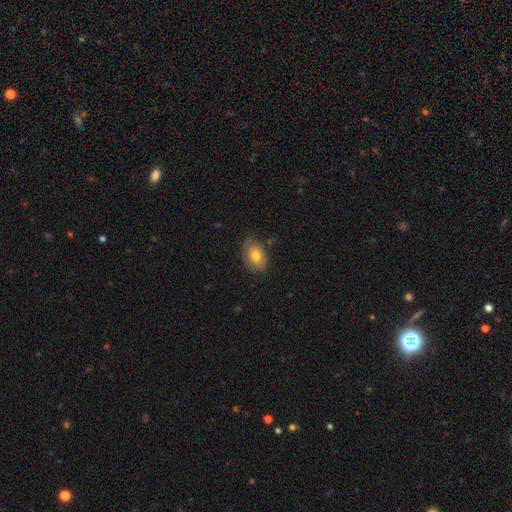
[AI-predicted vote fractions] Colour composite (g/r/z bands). It shows a smooth galaxy with no disk features (70%) that is in between round and cigar-shaped (85%). Merging: none (72%).